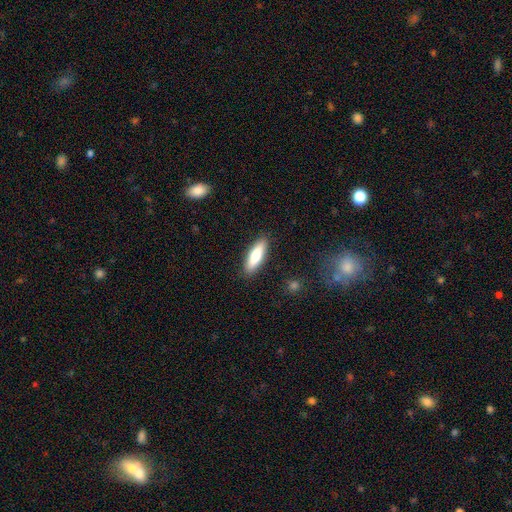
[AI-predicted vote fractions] Morphology: type=smooth (77%); roundness=cigar-shaped (54%); merging=none (88%).